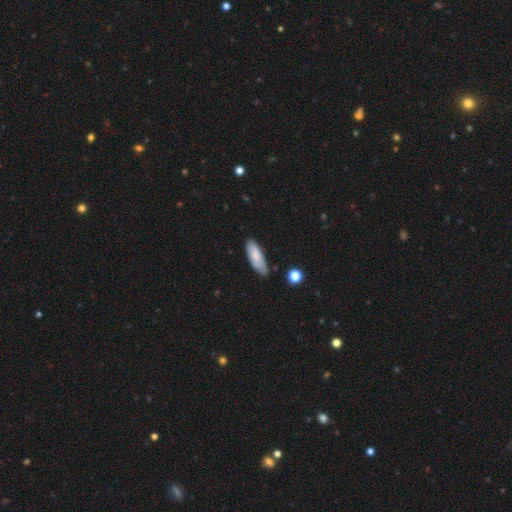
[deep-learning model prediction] Smooth or featured: smooth — 78% (featured or disk — 16%)
How rounded: in between — 64% (cigar-shaped — 34%)
Merging: none — 70% (minor disturbance — 23%)